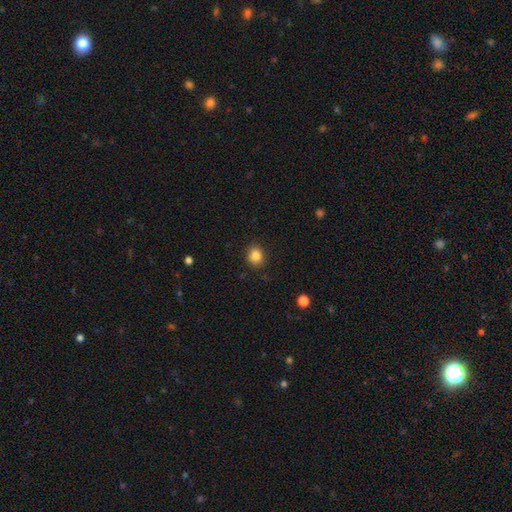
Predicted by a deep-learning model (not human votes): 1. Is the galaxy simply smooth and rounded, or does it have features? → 85% smooth, 11% star or artifact, 4% featured or disk.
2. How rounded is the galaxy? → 74% round, 25% in between, 1% cigar-shaped.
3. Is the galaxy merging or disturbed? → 88% none, 9% minor disturbance, 2% major disturbance, 1% merger.